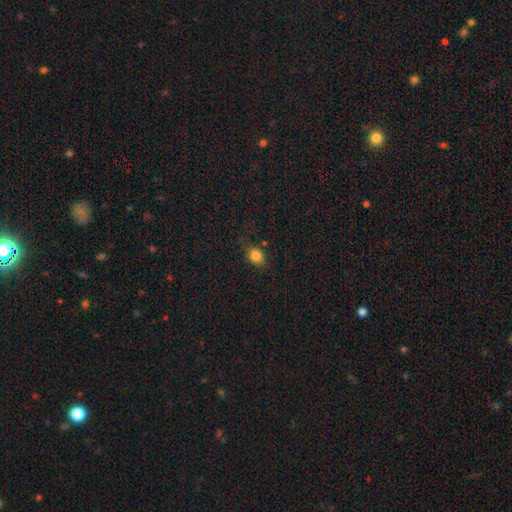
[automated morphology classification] A smooth galaxy with no disk features (82%) that is round (50%).

Vote fractions:
- Smooth or featured? smooth: 82% / star or artifact: 12% / featured or disk: 7%
- How rounded? round: 50% / in between: 49% / cigar-shaped: 1%
- Merging? none: 76% / minor disturbance: 18% / major disturbance: 5% / merger: 2%